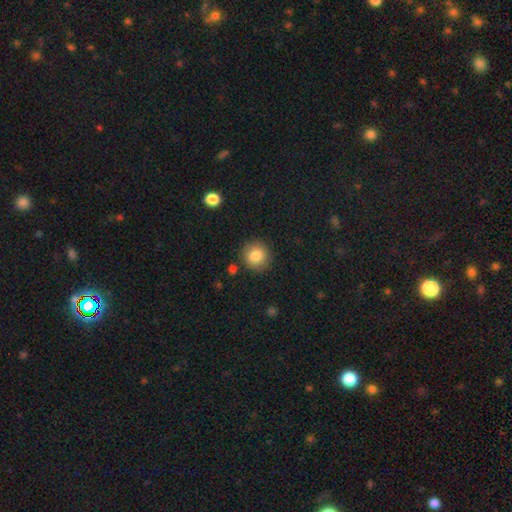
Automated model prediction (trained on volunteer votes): Morphology: type=smooth (85%); roundness=round (89%); merging=none (87%).